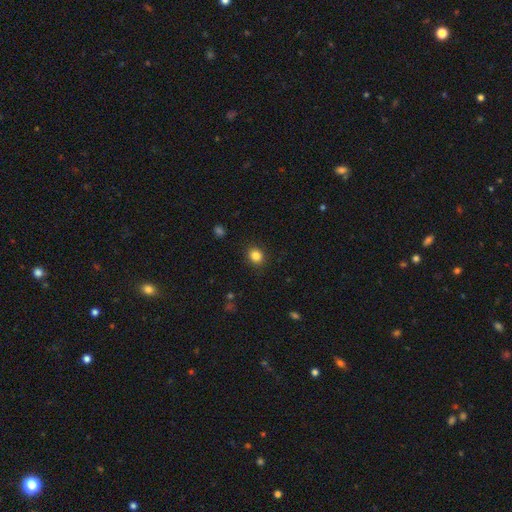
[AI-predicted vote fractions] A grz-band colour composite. It shows a smooth galaxy with no disk features (85%) that is round (67%). Merging: none (89%).